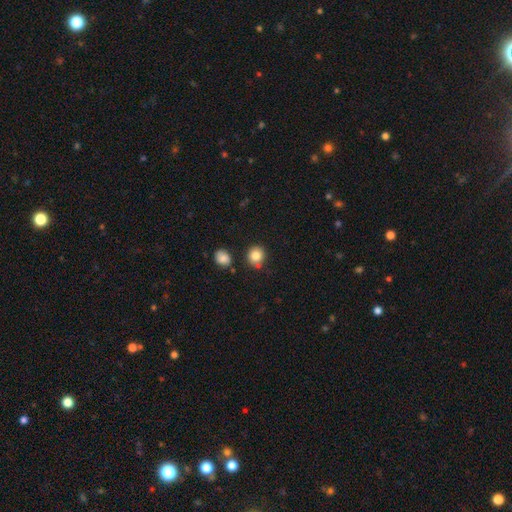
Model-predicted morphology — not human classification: A smooth galaxy with no disk features (83%) that is round (85%).

Vote fractions:
- Smooth or featured? smooth: 83% / star or artifact: 10% / featured or disk: 6%
- How rounded? round: 85% / in between: 14% / cigar-shaped: 1%
- Merging? none: 78% / minor disturbance: 13% / merger: 7% / major disturbance: 3%